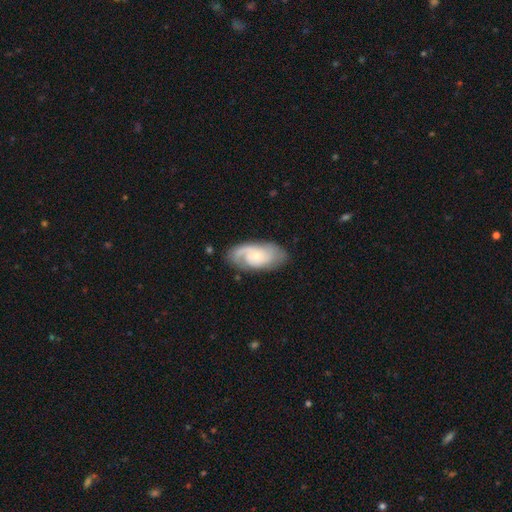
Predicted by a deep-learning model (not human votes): smooth-or-featured: featured or disk: 75% | smooth: 20% | star or artifact: 5%
  disk-edge-on: no: 95% | yes: 5%
    bar: no: 71% | weak: 26% | strong: 4%
    has-spiral-arms: yes: 92% | no: 8%
      spiral-winding: tight: 43% | medium: 41% | loose: 16%
      spiral-arm-count: 2: 50% | 1: 23% | can't tell: 17% | 3: 7% | 4: 2% | more than 4: 2%
    bulge-size: small: 64% | moderate: 31% | none: 2% | large: 2% | dominant: 1%
  merging: none: 73% | minor disturbance: 18% | major disturbance: 7% | merger: 1%